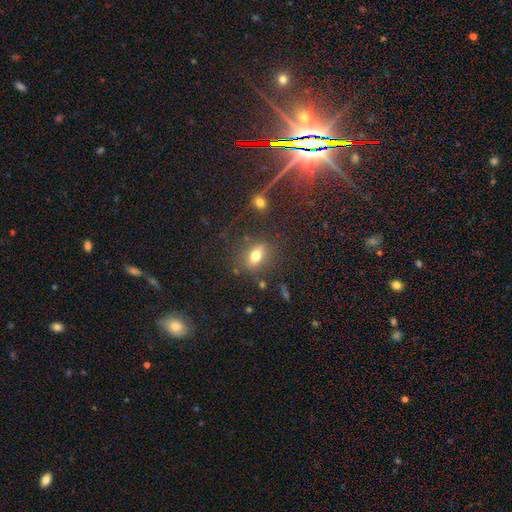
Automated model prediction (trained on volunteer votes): smooth 70%, featured or disk 15%, star or artifact 15%. Down the decision tree: how rounded — in between (71%); merging — none (74%).